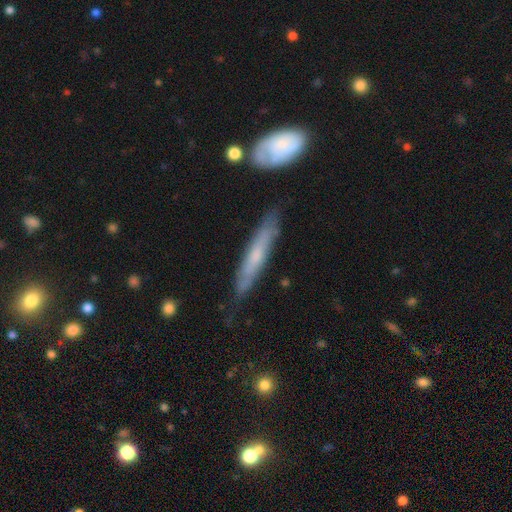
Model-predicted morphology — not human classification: Smooth or featured: featured or disk — 49% (smooth — 45%)
Merging: none — 73% (minor disturbance — 20%)